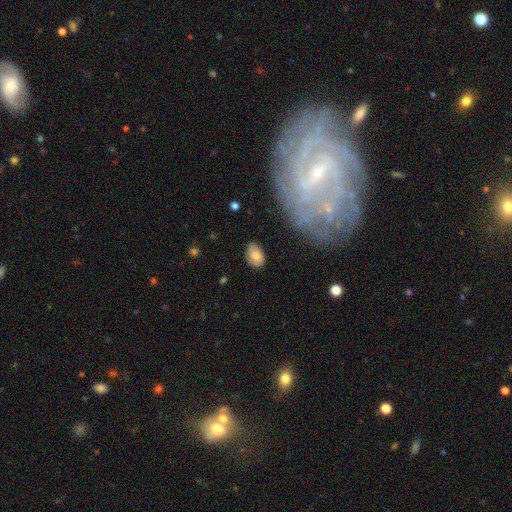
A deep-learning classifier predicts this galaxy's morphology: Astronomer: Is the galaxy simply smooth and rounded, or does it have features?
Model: smooth — 79%.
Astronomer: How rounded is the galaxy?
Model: in between — 84%.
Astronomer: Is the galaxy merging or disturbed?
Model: none — 78%.